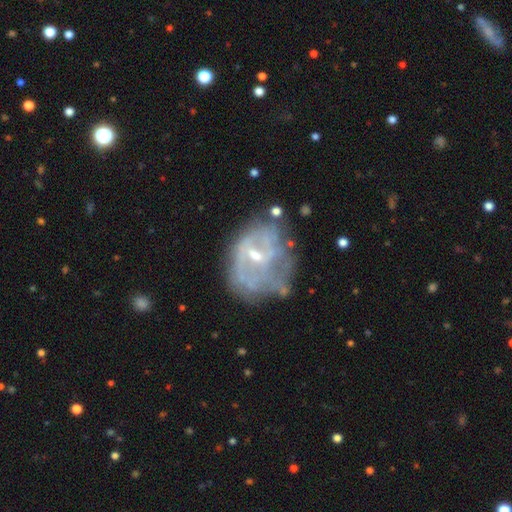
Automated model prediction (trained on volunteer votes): The model was most divided on "spiral arms": no: 51%, yes: 49%. Remaining: edge-on disk — no (97%); smooth or featured — featured or disk (73%); bulge size — small (51%); bar — weak (48%); merging — none (41%).